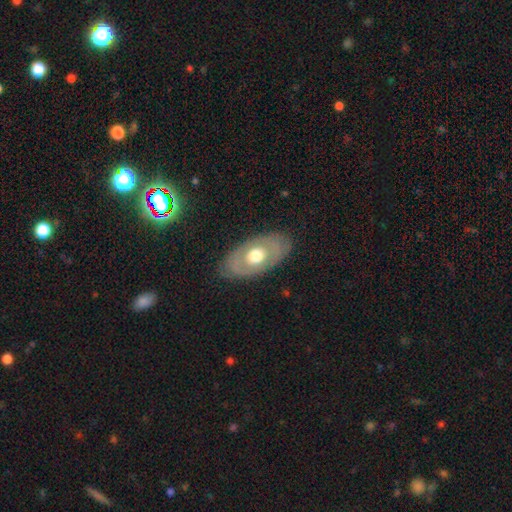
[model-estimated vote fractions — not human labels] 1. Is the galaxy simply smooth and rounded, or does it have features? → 49% featured or disk, 45% smooth, 6% star or artifact.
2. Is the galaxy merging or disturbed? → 80% none, 14% minor disturbance, 5% major disturbance, 1% merger.